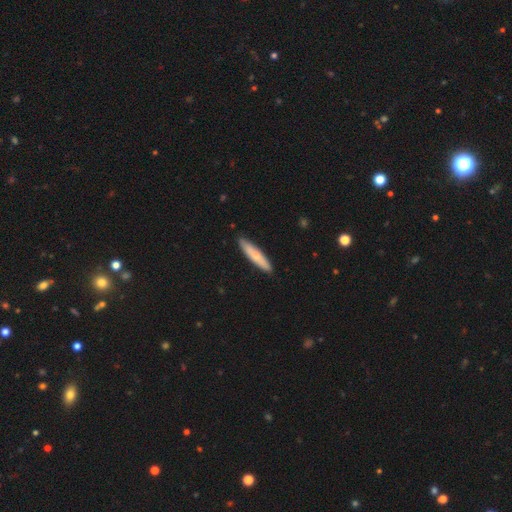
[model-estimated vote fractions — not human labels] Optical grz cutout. It shows a smooth galaxy with no disk features (62%) that is cigar-shaped (84%). Merging: none (89%).